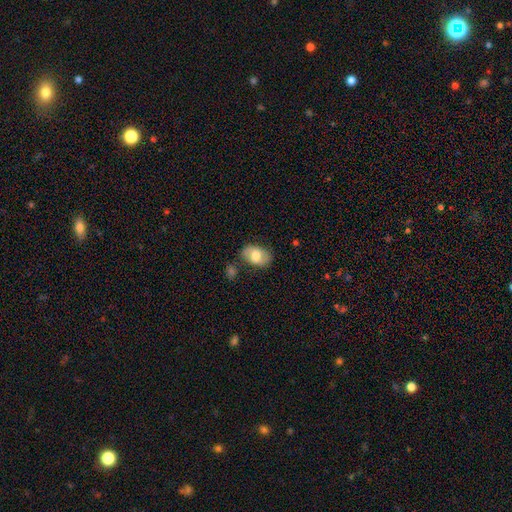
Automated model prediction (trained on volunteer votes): Smooth or featured: smooth — 64% (featured or disk — 30%)
How rounded: in between — 86% (round — 12%)
Merging: none — 68% (minor disturbance — 20%)